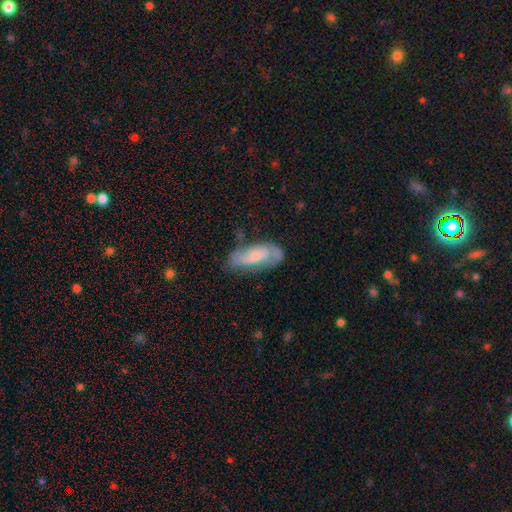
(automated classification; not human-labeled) smooth_or_featured: featured or disk (p=0.64) [alt: smooth p=0.29]
disk_edge_on: no (p=0.91) [alt: yes p=0.09]
bar: no (p=0.57) [alt: weak p=0.33]
has_spiral_arms: yes (p=0.87) [alt: no p=0.13]
spiral_winding: medium (p=0.44) [alt: tight p=0.33]
spiral_arm_count: 2 (p=0.70) [alt: can't tell p=0.16]
bulge_size: small (p=0.51) [alt: moderate p=0.32]
merging: none (p=0.62) [alt: minor disturbance p=0.24]